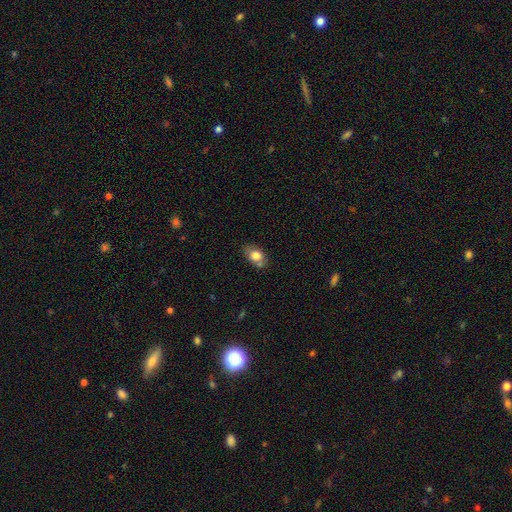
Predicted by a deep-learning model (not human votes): This appears to be a smooth galaxy with no disk features (77%) that is in between round and cigar-shaped (79%). Merging: none (65%).